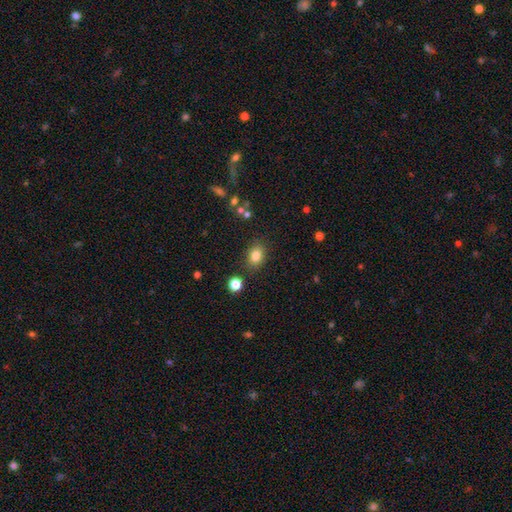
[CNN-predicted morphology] type=smooth (82%); roundness=in between (68%); merging=none (82%).